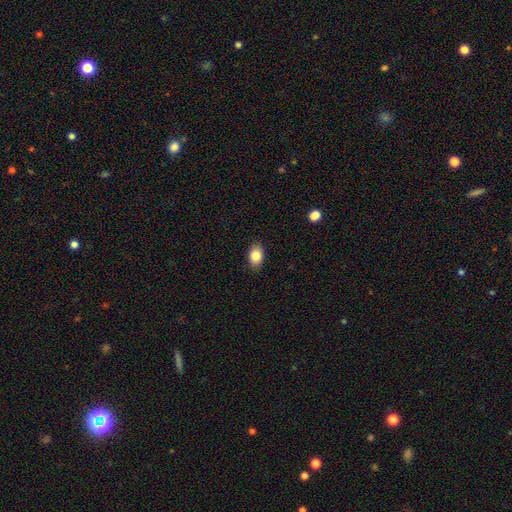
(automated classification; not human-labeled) Morphology: type=smooth (85%); roundness=in between (85%); merging=none (88%).